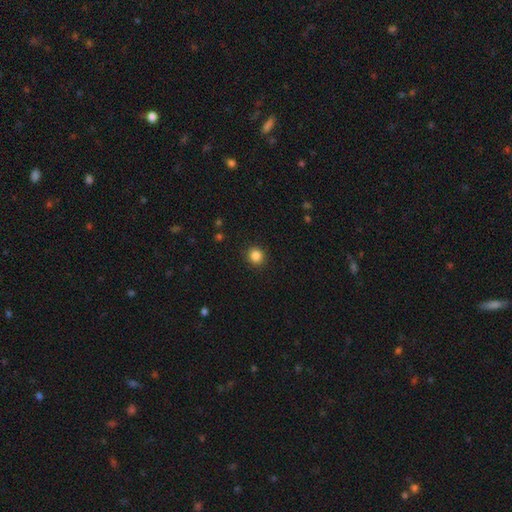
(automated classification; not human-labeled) The model was most divided on "smooth or featured": smooth: 86%, star or artifact: 11%, featured or disk: 3%. More confident: how rounded — round (92%); merging — none (91%).